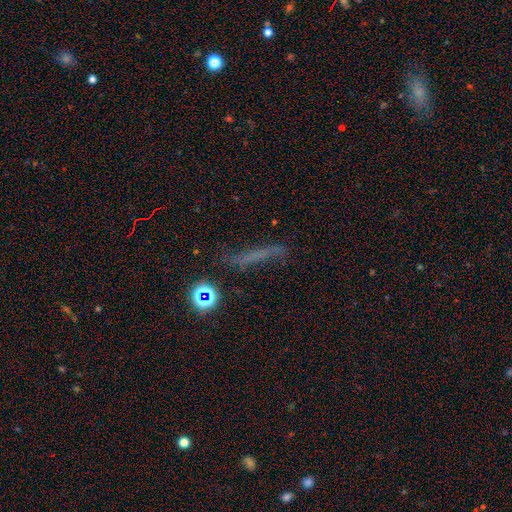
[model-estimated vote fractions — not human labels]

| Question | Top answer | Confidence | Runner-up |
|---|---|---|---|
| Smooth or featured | smooth | 38% | featured or disk (34%) |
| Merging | none | 65% | minor disturbance (18%) |